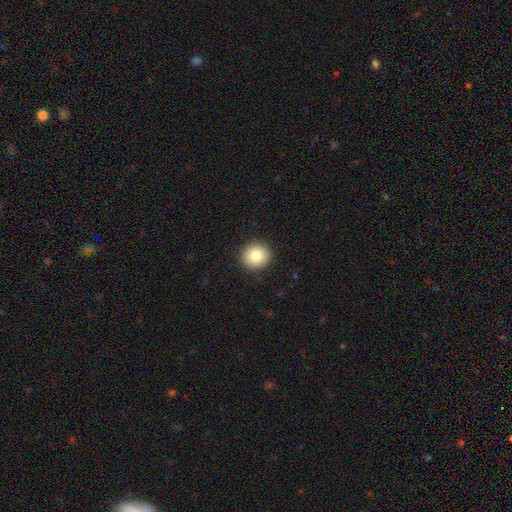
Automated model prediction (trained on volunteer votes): Q: Smooth or featured?
A: smooth (81%); runner-up: star or artifact (10%)
Q: How rounded?
A: round (92%); runner-up: in between (7%)
Q: Merging?
A: none (92%); runner-up: minor disturbance (5%)